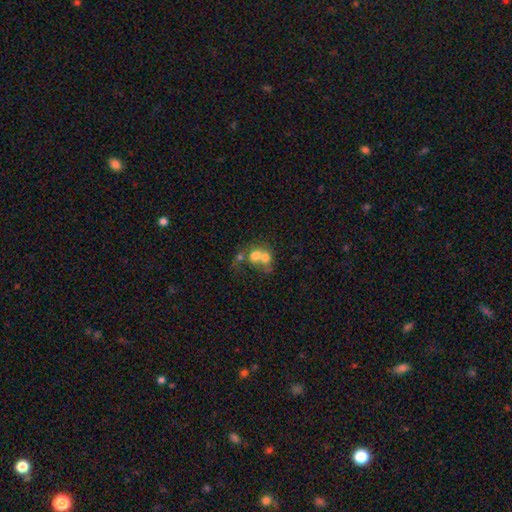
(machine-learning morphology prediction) A smooth galaxy with no disk features (61%) that is round (64%).

Vote fractions:
- Smooth or featured? smooth: 61% / featured or disk: 27% / star or artifact: 12%
- How rounded? round: 64% / in between: 35% / cigar-shaped: 1%
- Merging? merger: 69% / none: 19% / major disturbance: 6% / minor disturbance: 6%